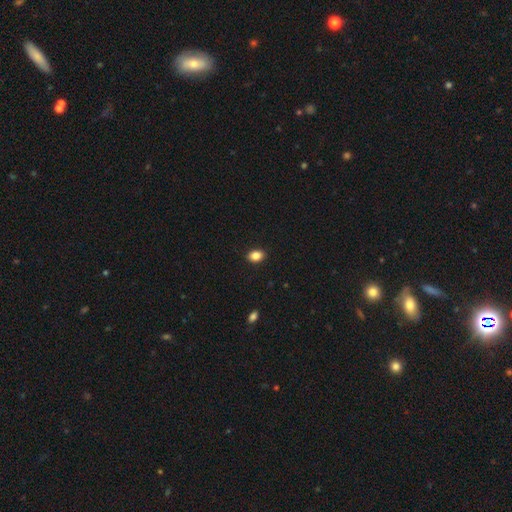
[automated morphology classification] A smooth galaxy with no disk features (87%) that is in between round and cigar-shaped (76%). Merging: none (90%).